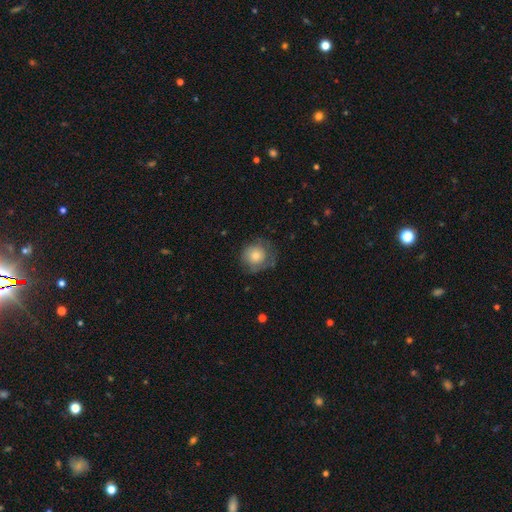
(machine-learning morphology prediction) This is likely a smooth galaxy (69%). How rounded: clearly round (87%). Merging: likely none (62%).